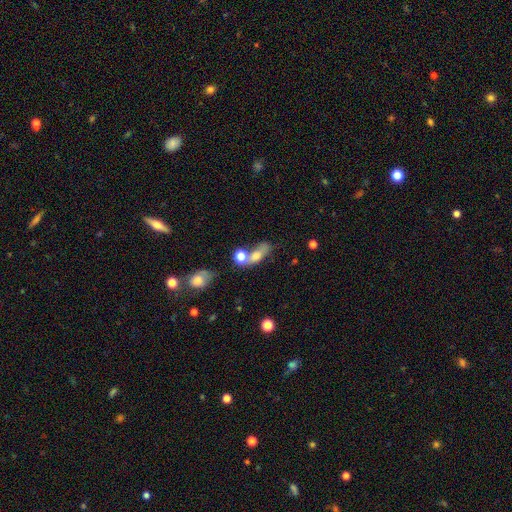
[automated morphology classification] Smooth or featured?
  - smooth: 65% *
  - featured or disk: 21%
  - star or artifact: 14%
How rounded?
  - in between: 63% *
  - round: 24%
  - cigar-shaped: 13%
Merging?
  - merger: 40% *
  - none: 29%
  - minor disturbance: 16%
  - major disturbance: 15%